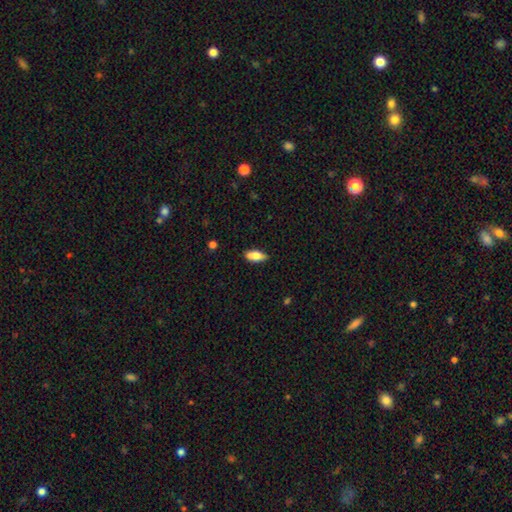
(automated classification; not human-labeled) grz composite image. It shows a smooth galaxy with no disk features (76%) that is in between round and cigar-shaped (81%). Merging: none (86%).